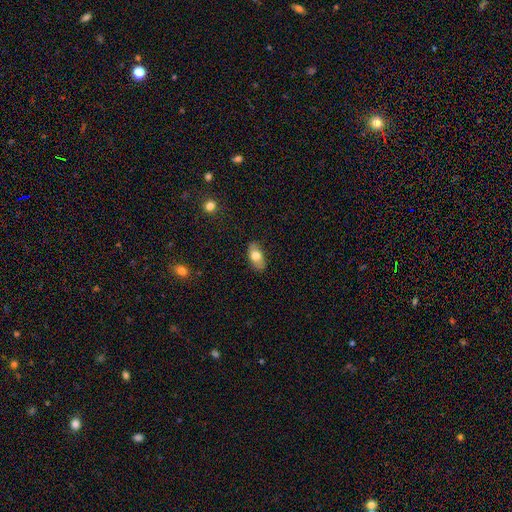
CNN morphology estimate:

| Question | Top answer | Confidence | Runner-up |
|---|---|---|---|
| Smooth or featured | smooth | 72% | featured or disk (21%) |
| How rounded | in between | 90% | round (5%) |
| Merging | none | 84% | minor disturbance (12%) |